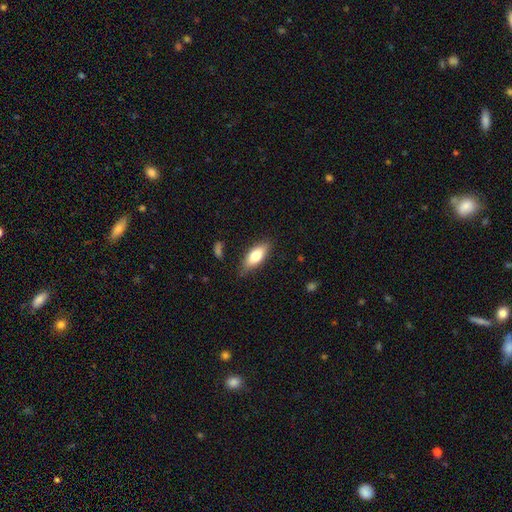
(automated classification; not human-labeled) Smooth or featured: smooth — 76% (featured or disk — 18%)
How rounded: in between — 76% (cigar-shaped — 22%)
Merging: none — 80% (minor disturbance — 15%)